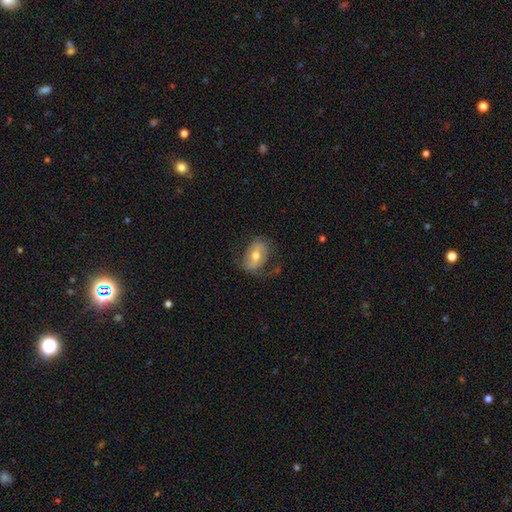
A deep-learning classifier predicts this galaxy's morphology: A featured or disk galaxy (53%).

Vote fractions:
- Smooth or featured? featured or disk: 53% / smooth: 39% / star or artifact: 7%
- Edge-on disk? no: 93% / yes: 7%
- Merging? none: 62% / minor disturbance: 22% / major disturbance: 15% / merger: 1%